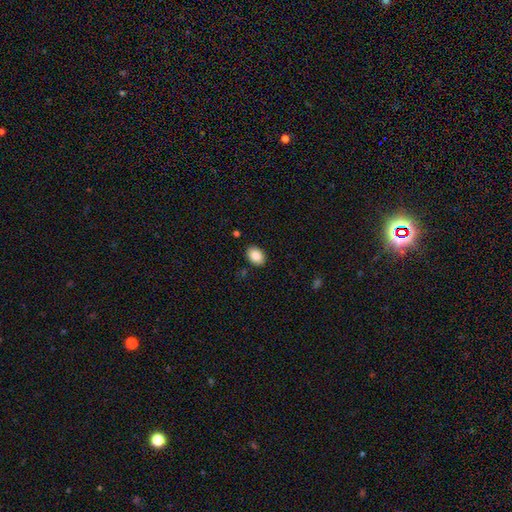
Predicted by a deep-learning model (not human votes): A smooth galaxy with no disk features (88%) that is in between round and cigar-shaped (82%). Merging: none (88%).